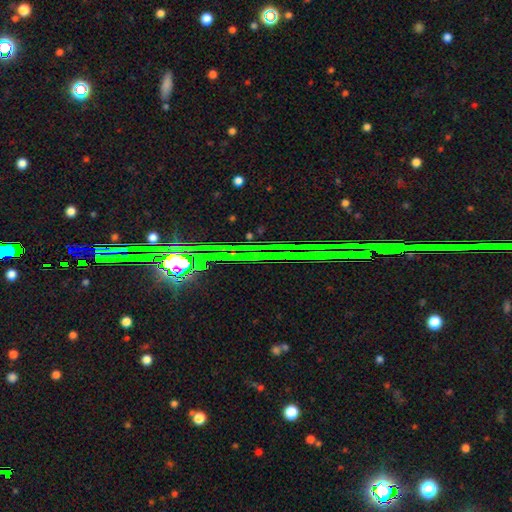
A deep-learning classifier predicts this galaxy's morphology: smooth-or-featured: star or artifact: 85% | featured or disk: 8% | smooth: 8%